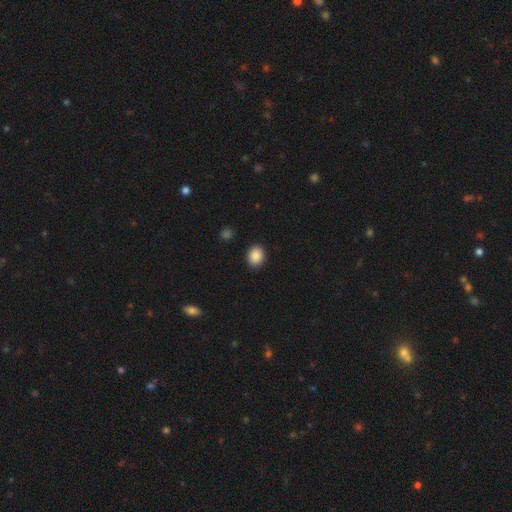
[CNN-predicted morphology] smooth 88%, star or artifact 8%, featured or disk 4%. Down the decision tree: how rounded — round (55%); merging — none (90%).